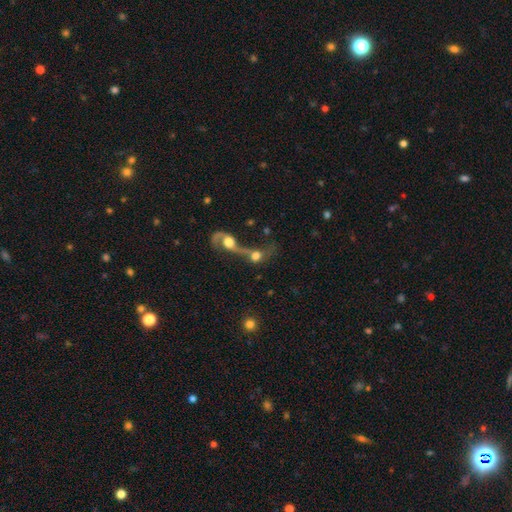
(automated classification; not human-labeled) This is possibly a smooth galaxy (51%). How rounded: possibly round (58%). Merging: likely merger (76%).